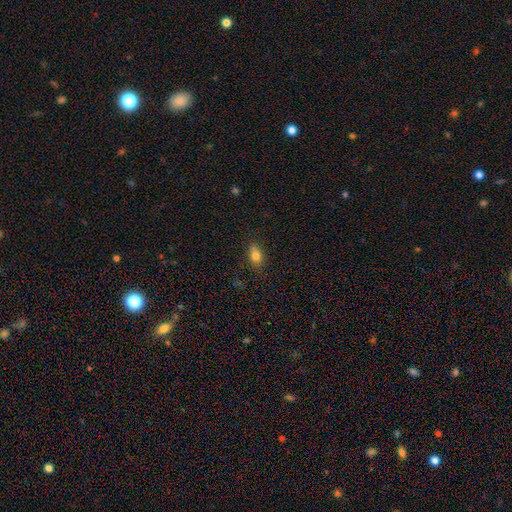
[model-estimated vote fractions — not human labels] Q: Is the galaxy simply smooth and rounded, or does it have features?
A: smooth — 79%.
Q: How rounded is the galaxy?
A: in between — 73%.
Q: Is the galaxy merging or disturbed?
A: none — 69%.